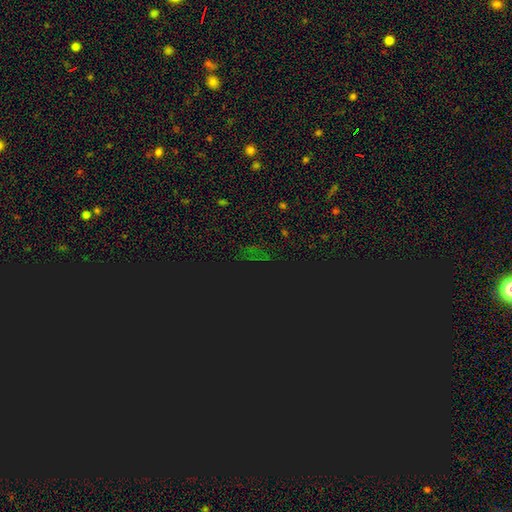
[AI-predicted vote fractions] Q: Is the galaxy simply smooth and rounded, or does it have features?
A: star or artifact — 77%.